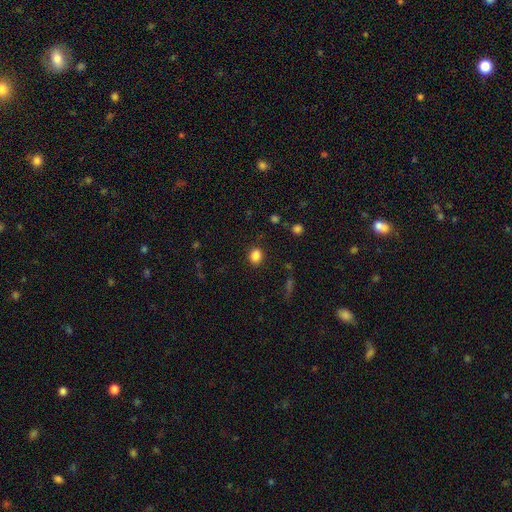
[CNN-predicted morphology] Q: Smooth or featured?
A: smooth (85%); runner-up: star or artifact (11%)
Q: How rounded?
A: round (54%); runner-up: in between (45%)
Q: Merging?
A: none (84%); runner-up: minor disturbance (11%)